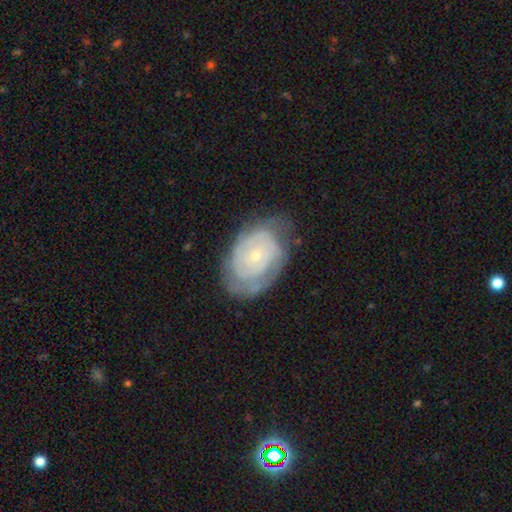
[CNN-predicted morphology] Q: Smooth or featured?
A: featured or disk (77%); runner-up: smooth (17%)
Q: Edge-on disk?
A: no (97%); runner-up: yes (3%)
Q: Bar?
A: no (78%); runner-up: weak (19%)
Q: Spiral arms?
A: yes (87%); runner-up: no (13%)
Q: Spiral winding?
A: tight (74%); runner-up: medium (20%)
Q: Spiral arm count?
A: can't tell (44%); runner-up: 2 (29%)
Q: Bulge size?
A: small (74%); runner-up: moderate (23%)
Q: Merging?
A: none (66%); runner-up: minor disturbance (23%)